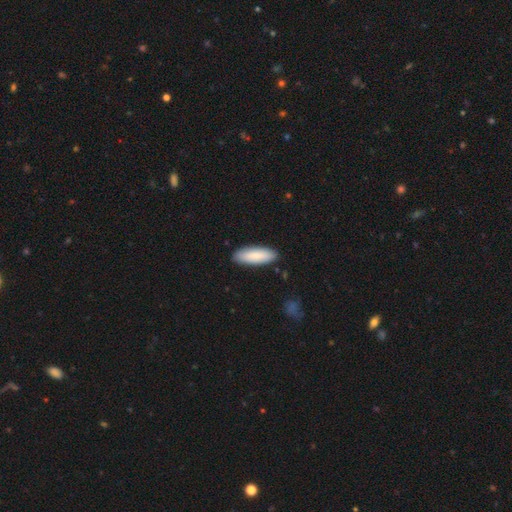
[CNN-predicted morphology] This is clearly a smooth galaxy (86%). How rounded: possibly in between (59%). Merging: clearly none (89%).